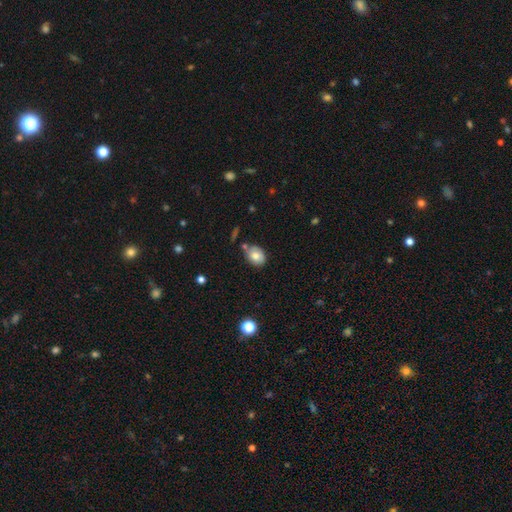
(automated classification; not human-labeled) Smooth or featured? Predicted: smooth (p=0.76). How rounded? Predicted: in between (p=0.65). Merging? Predicted: none (p=0.66).